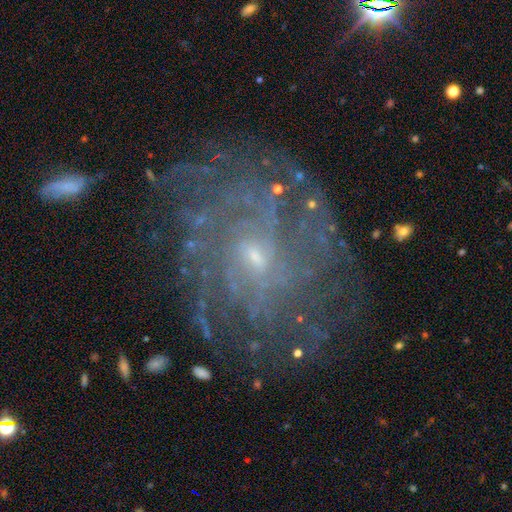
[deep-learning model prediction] smooth-or-featured: featured or disk: 81% | star or artifact: 10% | smooth: 9%
  disk-edge-on: no: 97% | yes: 3%
    bar: no: 58% | weak: 36% | strong: 6%
    has-spiral-arms: yes: 89% | no: 11%
      spiral-winding: tight: 62% | medium: 28% | loose: 10%
      spiral-arm-count: can't tell: 46% | 4: 14% | more than 4: 13% | 2: 11% | 3: 10% | 1: 7%
    bulge-size: small: 73% | moderate: 22% | none: 3% | large: 1% | dominant: 1%
  merging: none: 74% | minor disturbance: 15% | major disturbance: 9% | merger: 2%